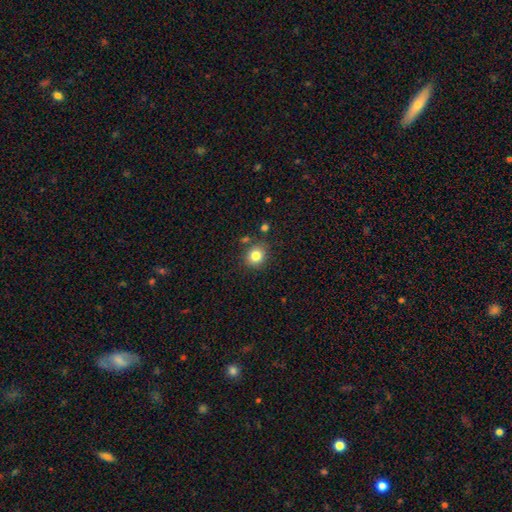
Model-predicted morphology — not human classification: Overall: smooth (82%). How rounded: round (80%). Merging: none (82%).